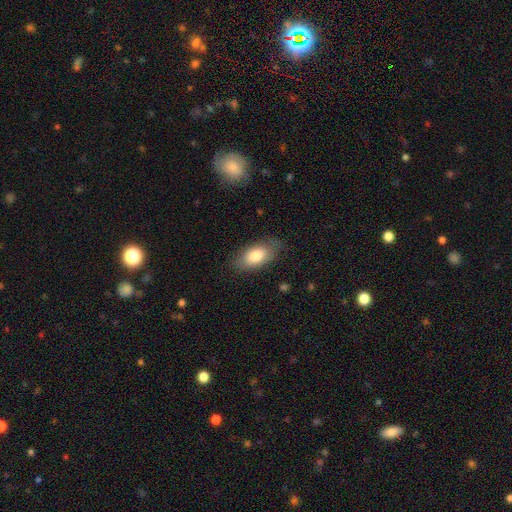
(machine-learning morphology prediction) Smooth or featured: smooth — 79% (featured or disk — 15%)
How rounded: in between — 91% (cigar-shaped — 5%)
Merging: none — 78% (minor disturbance — 17%)